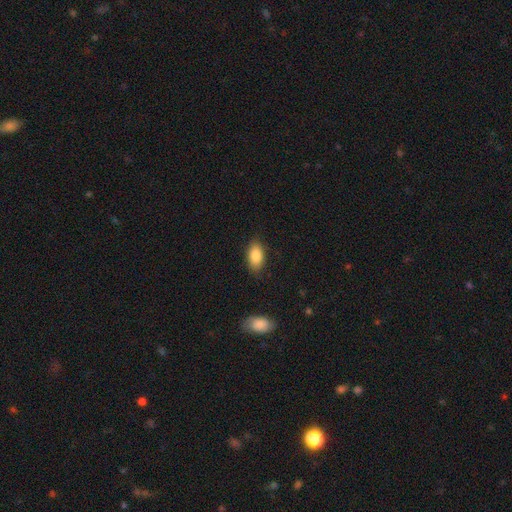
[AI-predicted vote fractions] Morphology: type=smooth (85%); roundness=in between (92%); merging=none (83%).